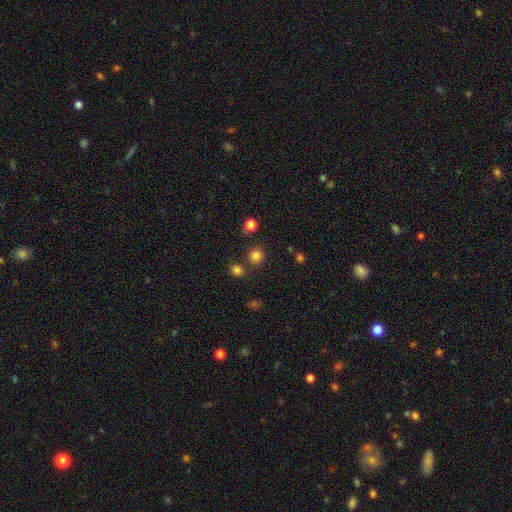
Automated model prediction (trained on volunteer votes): Smooth or featured: smooth — 81% (star or artifact — 15%)
How rounded: round — 90% (in between — 9%)
Merging: none — 81% (merger — 9%)